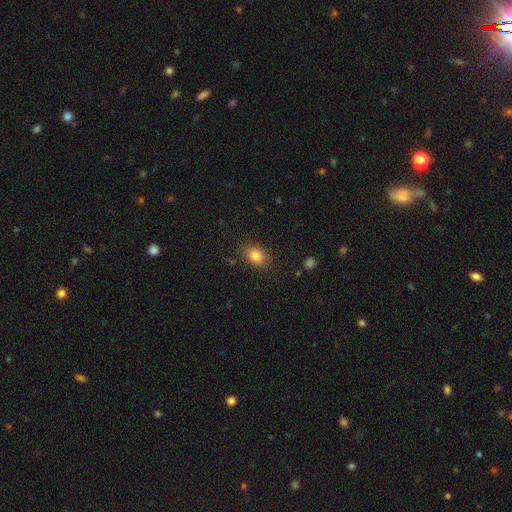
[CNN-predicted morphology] smooth 82%, star or artifact 10%, featured or disk 8%. Down the decision tree: how rounded — in between (75%); merging — none (84%).